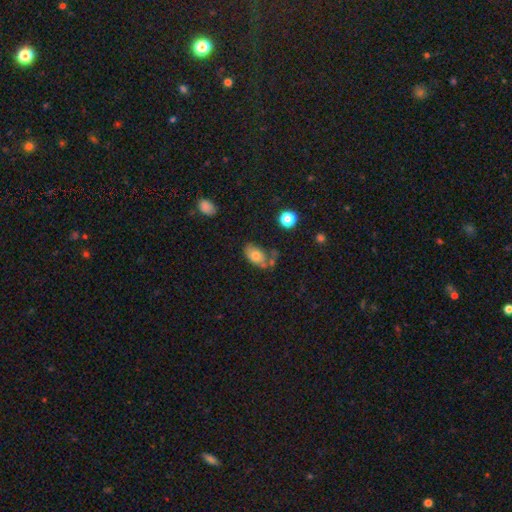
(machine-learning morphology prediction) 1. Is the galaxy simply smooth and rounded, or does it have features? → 74% smooth, 17% featured or disk, 10% star or artifact.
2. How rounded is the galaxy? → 88% in between, 10% round, 2% cigar-shaped.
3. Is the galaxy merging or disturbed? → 47% none, 24% minor disturbance, 18% merger, 12% major disturbance.